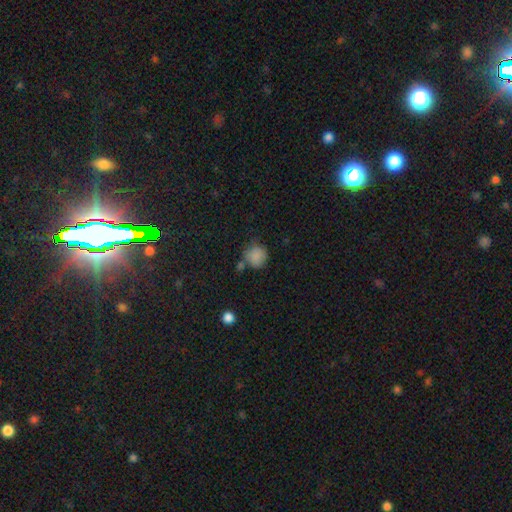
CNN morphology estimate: smooth-or-featured: smooth: 83% | star or artifact: 10% | featured or disk: 7%
  how-rounded: round: 84% | in between: 15% | cigar-shaped: 1%
  merging: none: 57% | minor disturbance: 21% | merger: 14% | major disturbance: 8%